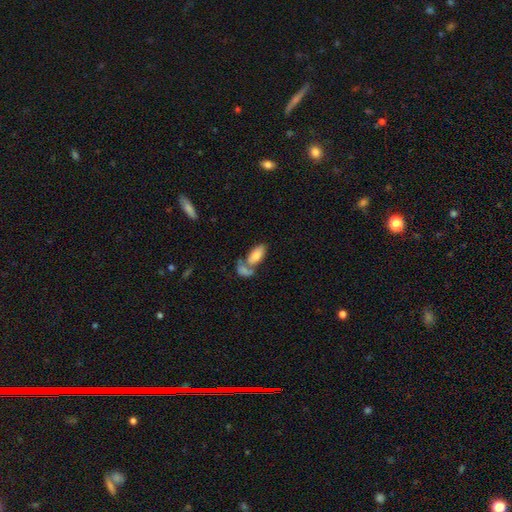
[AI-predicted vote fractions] smooth 75%, featured or disk 18%, star or artifact 8%. Down the decision tree: how rounded — in between (90%); merging — merger (47%).